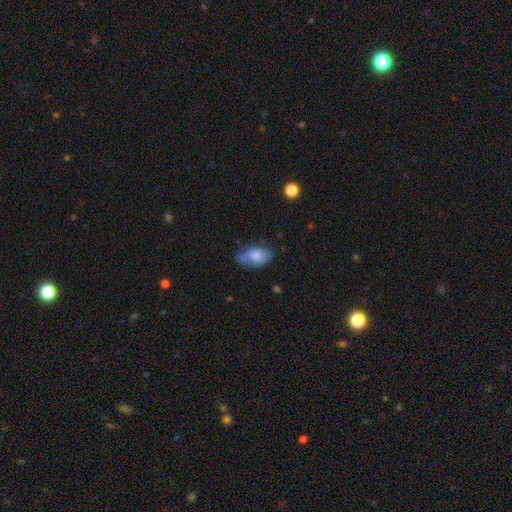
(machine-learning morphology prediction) Smooth or featured? Predicted: smooth (p=0.70). How rounded? Predicted: in between (p=0.91). Merging? Predicted: none (p=0.53).